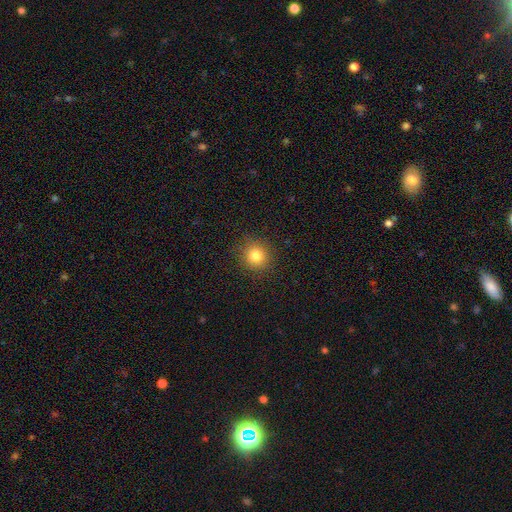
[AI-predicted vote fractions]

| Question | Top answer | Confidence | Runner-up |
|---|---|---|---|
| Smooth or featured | smooth | 81% | star or artifact (12%) |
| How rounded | round | 89% | in between (10%) |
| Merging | none | 89% | minor disturbance (8%) |